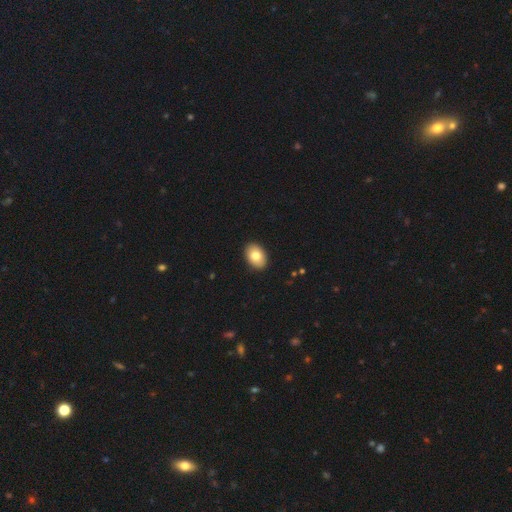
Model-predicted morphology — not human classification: smooth-or-featured: smooth: 80% | featured or disk: 13% | star or artifact: 7%
  how-rounded: in between: 85% | round: 14% | cigar-shaped: 1%
  merging: none: 91% | minor disturbance: 7% | major disturbance: 2% | merger: 1%